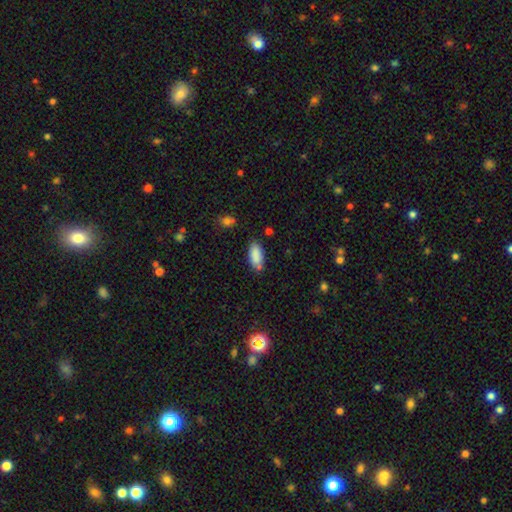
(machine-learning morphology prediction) A smooth galaxy with no disk features (87%) that is in between round and cigar-shaped (90%).

Vote fractions:
- Smooth or featured? smooth: 87% / star or artifact: 8% / featured or disk: 6%
- How rounded? in between: 90% / cigar-shaped: 7% / round: 2%
- Merging? none: 71% / minor disturbance: 17% / merger: 8% / major disturbance: 4%